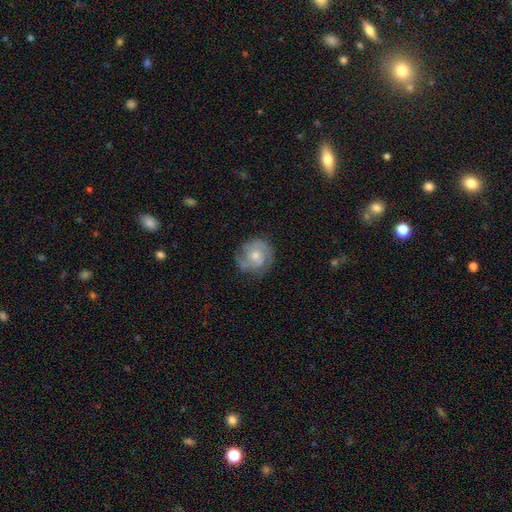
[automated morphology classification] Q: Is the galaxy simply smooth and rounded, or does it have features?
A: featured or disk — 55%.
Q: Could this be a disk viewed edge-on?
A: no — 97%.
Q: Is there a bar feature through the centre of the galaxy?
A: no — 77%.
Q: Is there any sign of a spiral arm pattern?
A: yes — 72%.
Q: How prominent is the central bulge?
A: moderate — 58%.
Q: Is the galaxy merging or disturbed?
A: none — 68%.